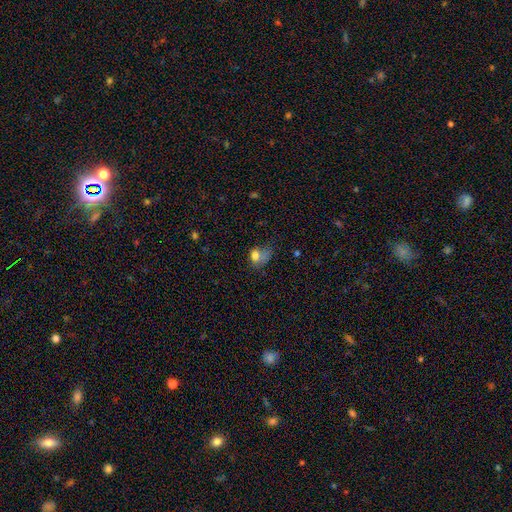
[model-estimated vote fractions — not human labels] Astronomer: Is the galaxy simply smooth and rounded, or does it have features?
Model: smooth — 74%.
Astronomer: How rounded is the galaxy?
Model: in between — 57% (runner-up: round, 42%).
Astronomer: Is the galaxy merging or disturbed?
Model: major disturbance — 38% (runner-up: minor disturbance, 27%).